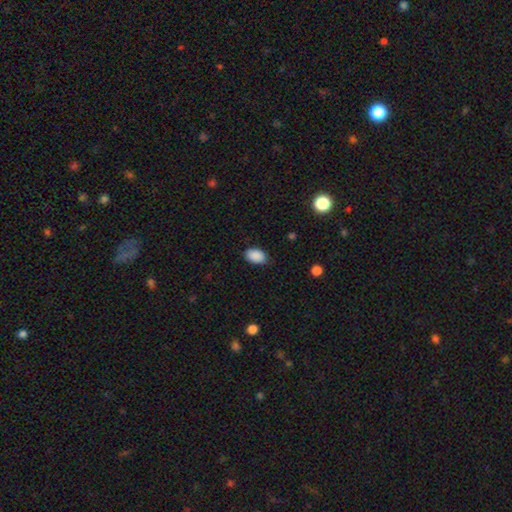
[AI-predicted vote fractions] smooth_or_featured: smooth (p=0.90) [alt: star or artifact p=0.07]
how_rounded: in between (p=0.89) [alt: round p=0.10]
merging: none (p=0.85) [alt: minor disturbance p=0.12]